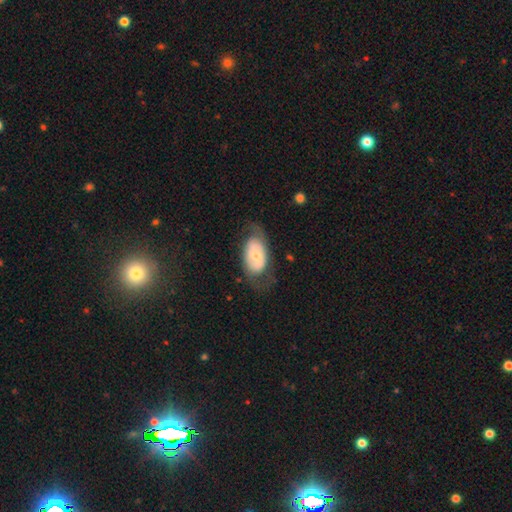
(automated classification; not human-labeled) Morphology: type=featured or disk (51%); edge-on=no (91%); merging=none (60%).